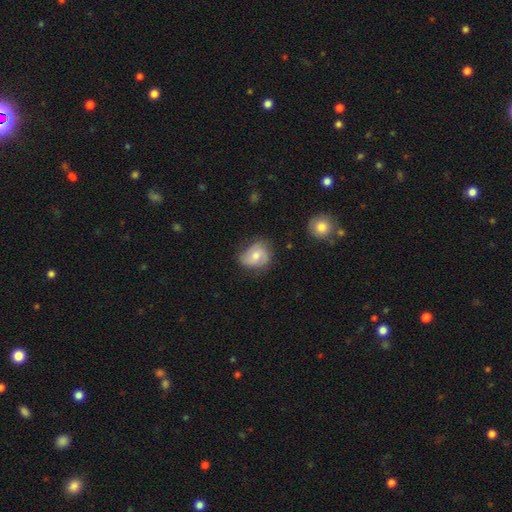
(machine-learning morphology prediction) This appears to be a smooth galaxy with no disk features (47%). Merging: none (57%).